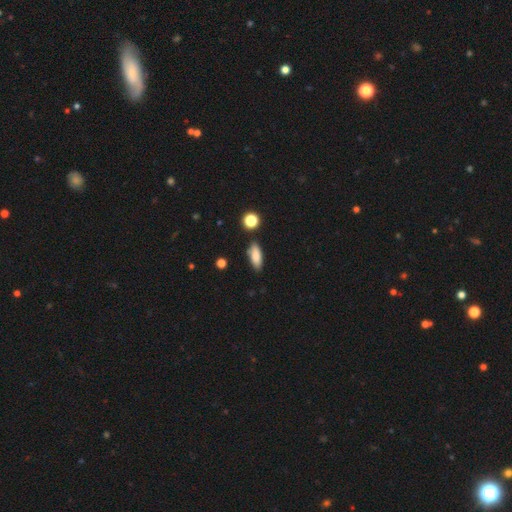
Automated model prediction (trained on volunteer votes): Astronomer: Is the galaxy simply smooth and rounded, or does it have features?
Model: smooth — 84%.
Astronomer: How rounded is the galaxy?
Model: in between — 73%.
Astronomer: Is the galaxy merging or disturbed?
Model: none — 81%.